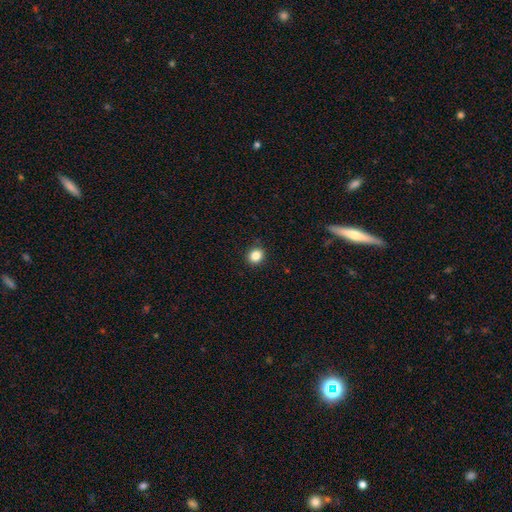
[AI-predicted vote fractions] This appears to be a smooth galaxy with no disk features (85%) that is round (75%). Merging: none (90%).